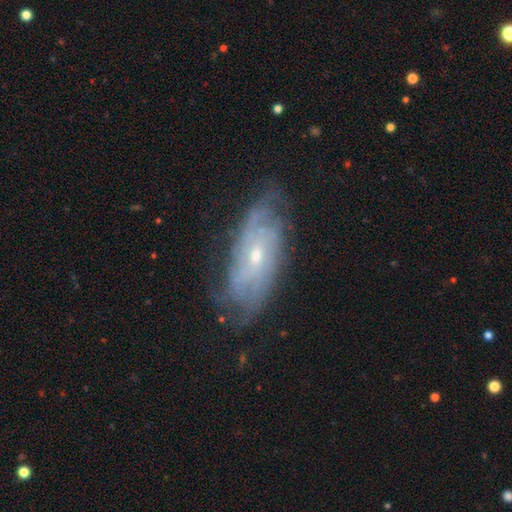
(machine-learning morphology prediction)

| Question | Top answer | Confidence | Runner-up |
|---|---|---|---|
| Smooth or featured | featured or disk | 80% | smooth (13%) |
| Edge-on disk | no | 90% | yes (10%) |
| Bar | no | 62% | weak (31%) |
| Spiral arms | yes | 91% | no (9%) |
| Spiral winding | tight | 61% | medium (30%) |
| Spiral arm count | can't tell | 50% | 2 (16%) |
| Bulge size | small | 62% | moderate (35%) |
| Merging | none | 72% | minor disturbance (20%) |